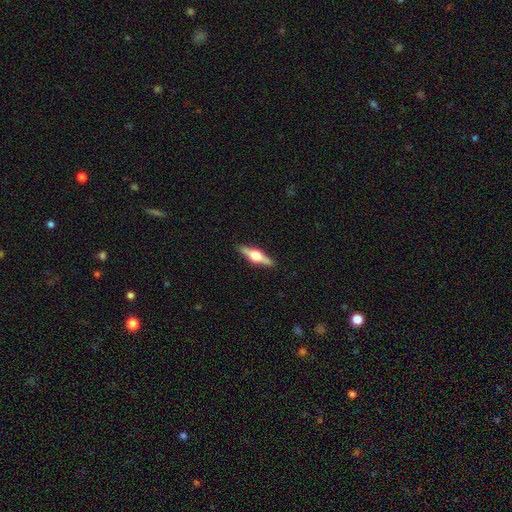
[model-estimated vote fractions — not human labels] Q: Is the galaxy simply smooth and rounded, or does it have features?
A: featured or disk — 72%.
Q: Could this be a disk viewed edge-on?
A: yes — 97%.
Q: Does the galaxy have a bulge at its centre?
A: rounded — 95%.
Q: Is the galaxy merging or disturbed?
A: none — 90%.